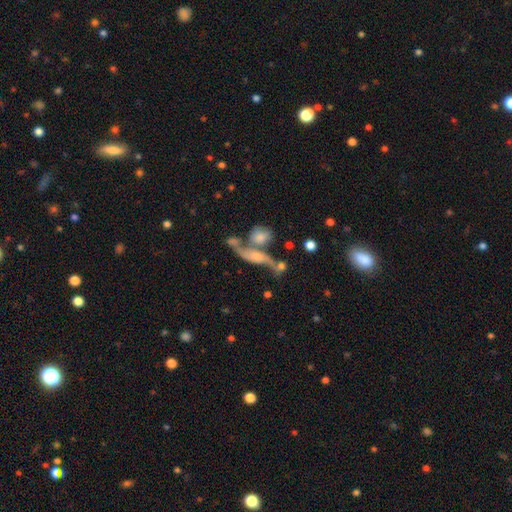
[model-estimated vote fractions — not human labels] featured or disk 63%, smooth 22%, star or artifact 14%. Down the decision tree: edge-on disk — no (66%); merging — none (39%).